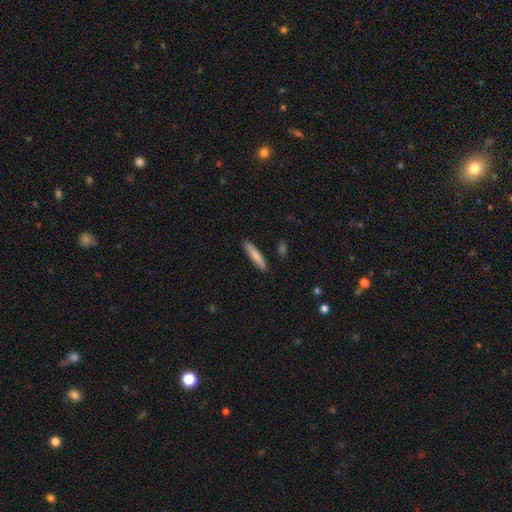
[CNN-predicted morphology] smooth 77%, featured or disk 17%, star or artifact 6%. Down the decision tree: how rounded — cigar-shaped (87%); merging — none (89%).